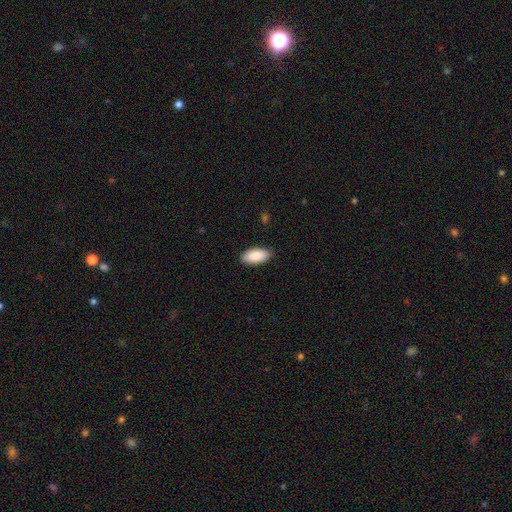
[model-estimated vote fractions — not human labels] This appears to be a smooth galaxy with no disk features (90%) that is in between round and cigar-shaped (93%). Merging: none (88%).